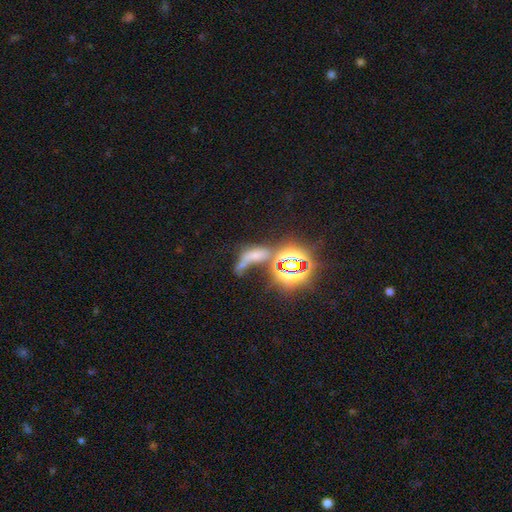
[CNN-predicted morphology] Q: Smooth or featured?
A: star or artifact (53%); runner-up: featured or disk (24%)